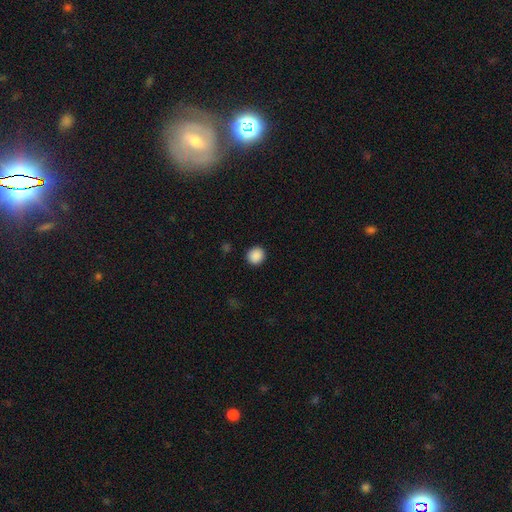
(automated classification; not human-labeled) This appears to be a smooth galaxy with no disk features (89%) that is round (88%). Merging: none (91%).